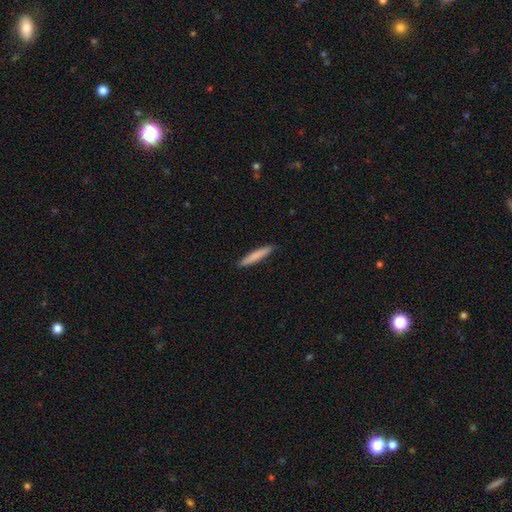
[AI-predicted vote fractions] smooth 78%, featured or disk 16%, star or artifact 6%. Down the decision tree: how rounded — cigar-shaped (94%); merging — none (89%).